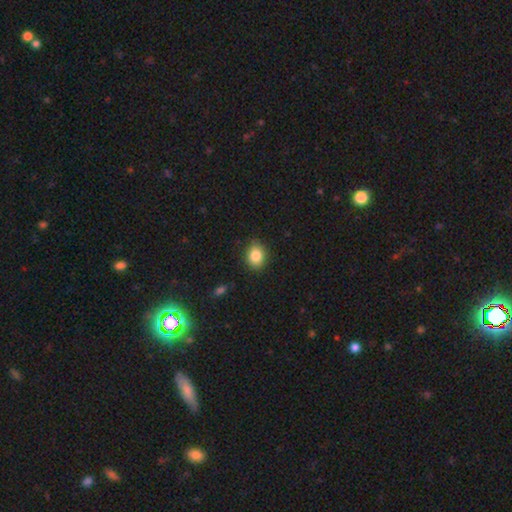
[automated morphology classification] Smooth or featured: smooth — 84% (star or artifact — 9%)
How rounded: in between — 54% (round — 45%)
Merging: none — 84% (minor disturbance — 12%)